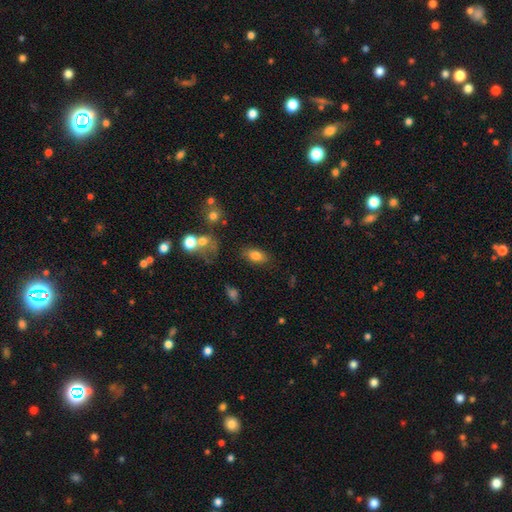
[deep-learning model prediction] The model was most divided on "merging": none: 79%, minor disturbance: 12%, merger: 4%, major disturbance: 4%. More confident: how rounded — in between (89%); smooth or featured — smooth (79%).